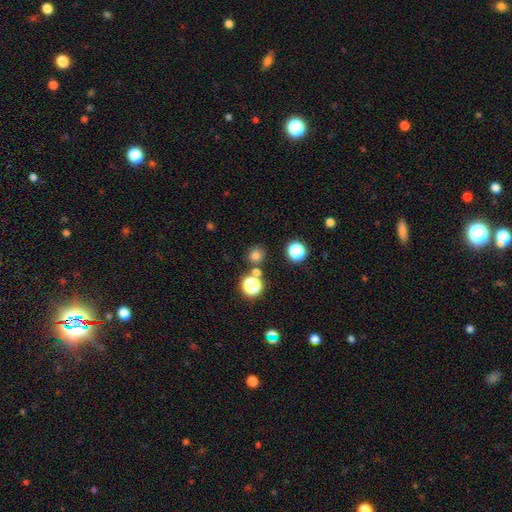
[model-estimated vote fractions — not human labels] This is likely a smooth galaxy (72%). How rounded: clearly round (90%). Merging: likely none (77%).